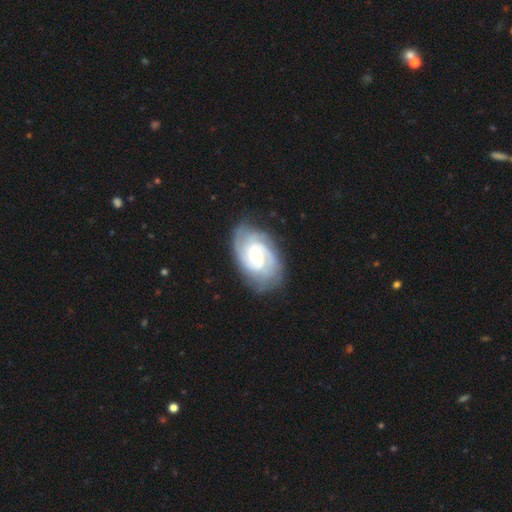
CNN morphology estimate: A featured or disk galaxy (88%) with no bar (62%), 3 (30%) tight (68%) spiral arms (98%) and a moderate central bulge (50%). Merging: none (78%).